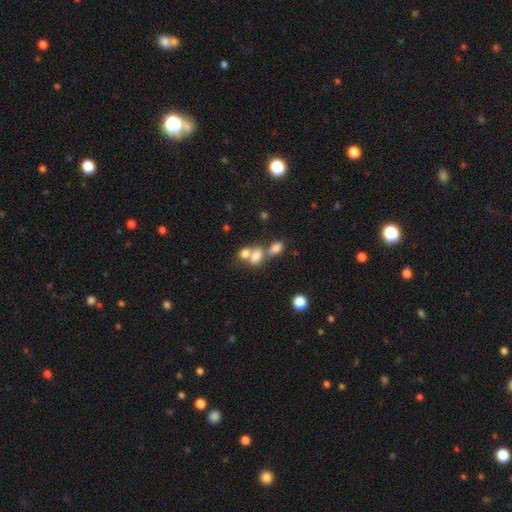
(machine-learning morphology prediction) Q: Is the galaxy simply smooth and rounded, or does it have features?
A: smooth — 73%.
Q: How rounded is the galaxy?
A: in between — 74%.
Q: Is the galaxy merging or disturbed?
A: merger — 61%.